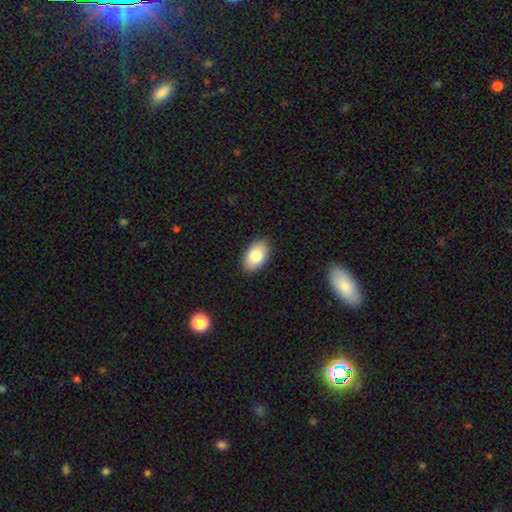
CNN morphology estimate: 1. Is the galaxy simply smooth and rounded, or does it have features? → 81% smooth, 12% featured or disk, 7% star or artifact.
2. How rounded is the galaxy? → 92% in between, 7% round, 1% cigar-shaped.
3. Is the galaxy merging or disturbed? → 89% none, 8% minor disturbance, 2% major disturbance, 1% merger.